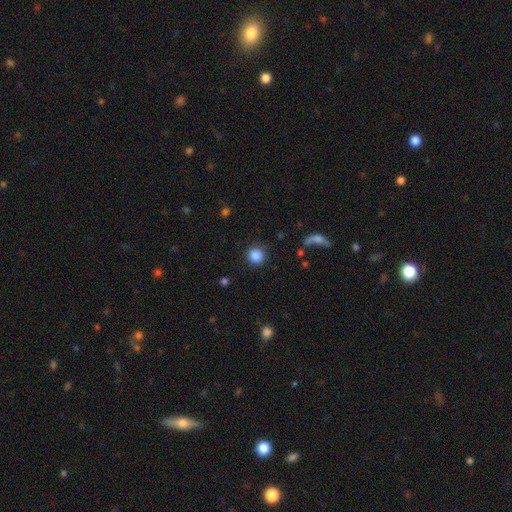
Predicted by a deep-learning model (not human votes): A smooth galaxy with no disk features (86%) that is round (92%).

Vote fractions:
- Smooth or featured? smooth: 86% / star or artifact: 10% / featured or disk: 4%
- How rounded? round: 92% / in between: 7% / cigar-shaped: 1%
- Merging? none: 88% / minor disturbance: 7% / major disturbance: 3% / merger: 2%